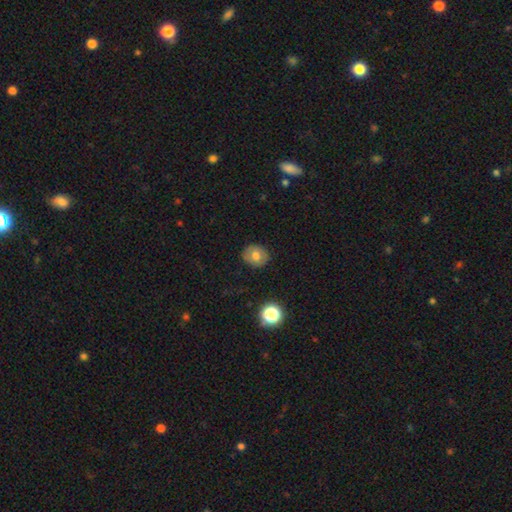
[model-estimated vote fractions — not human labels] Smooth or featured: smooth — 72% (featured or disk — 18%)
How rounded: round — 71% (in between — 28%)
Merging: none — 86% (minor disturbance — 10%)